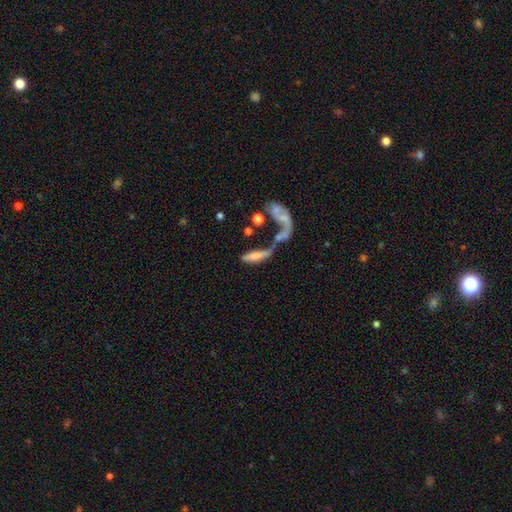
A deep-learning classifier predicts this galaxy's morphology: smooth 58%, featured or disk 32%, star or artifact 10%. Down the decision tree: how rounded — cigar-shaped (59%); merging — merger (55%).